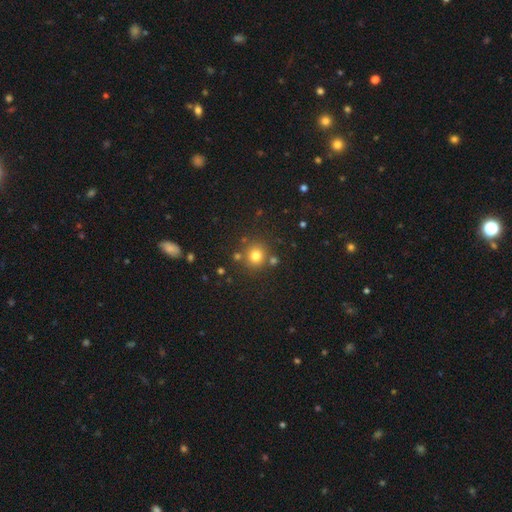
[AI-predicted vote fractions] This is likely a smooth galaxy (77%). How rounded: clearly round (91%). Merging: likely none (79%).